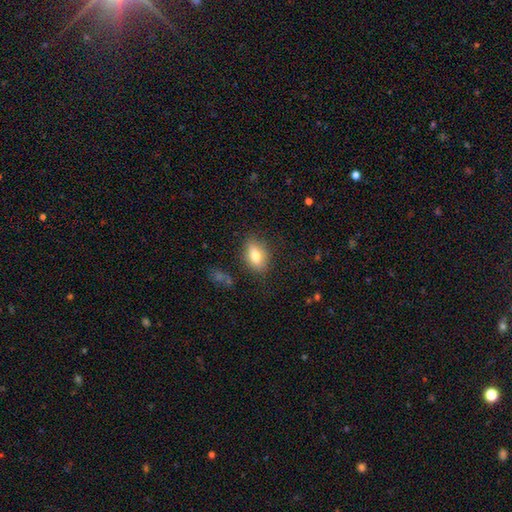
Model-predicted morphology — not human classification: A smooth galaxy with no disk features (73%) that is in between round and cigar-shaped (80%). Merging: none (80%).